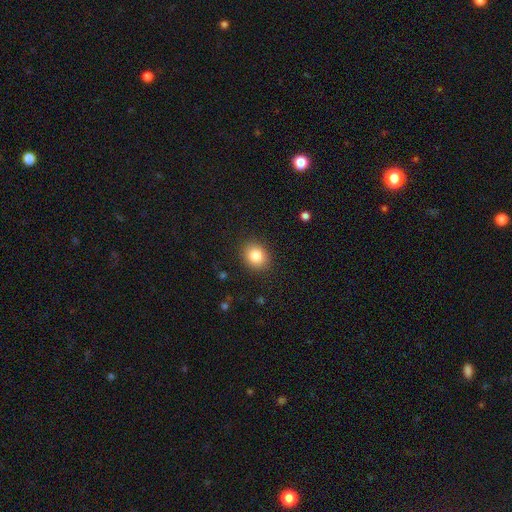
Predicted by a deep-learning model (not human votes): Q: Smooth or featured?
A: smooth (83%); runner-up: star or artifact (10%)
Q: How rounded?
A: round (67%); runner-up: in between (33%)
Q: Merging?
A: none (88%); runner-up: minor disturbance (8%)